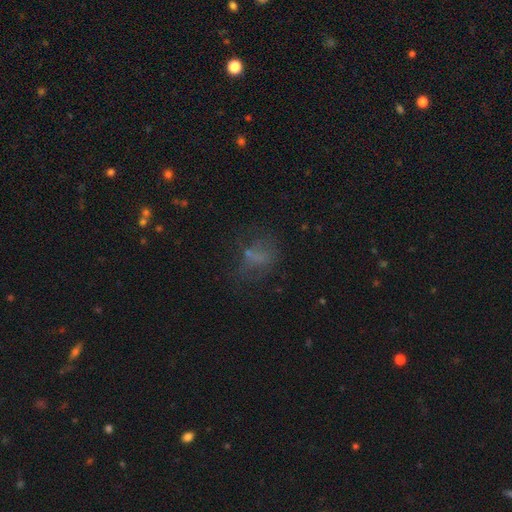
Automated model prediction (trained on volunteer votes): This appears to be a smooth galaxy with no disk features (50%) that is in between round and cigar-shaped (60%). Merging: none (55%).